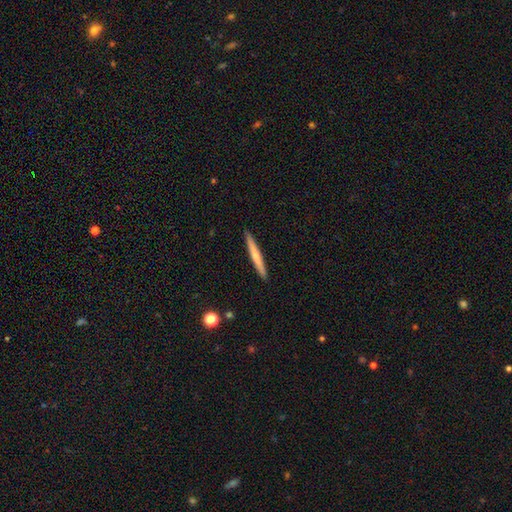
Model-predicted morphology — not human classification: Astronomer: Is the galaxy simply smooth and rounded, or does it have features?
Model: smooth — 55% (runner-up: featured or disk, 39%).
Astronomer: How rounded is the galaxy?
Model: cigar-shaped — 97%.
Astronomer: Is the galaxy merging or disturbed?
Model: none — 92%.